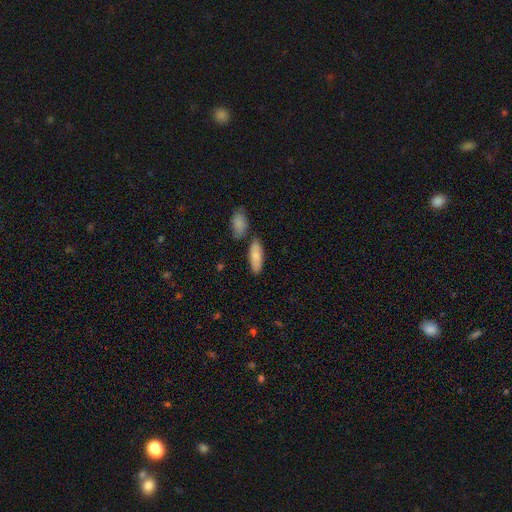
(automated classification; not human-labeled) Smooth or featured? Predicted: smooth (p=0.83). How rounded? Predicted: in between (p=0.69). Merging? Predicted: none (p=0.71).